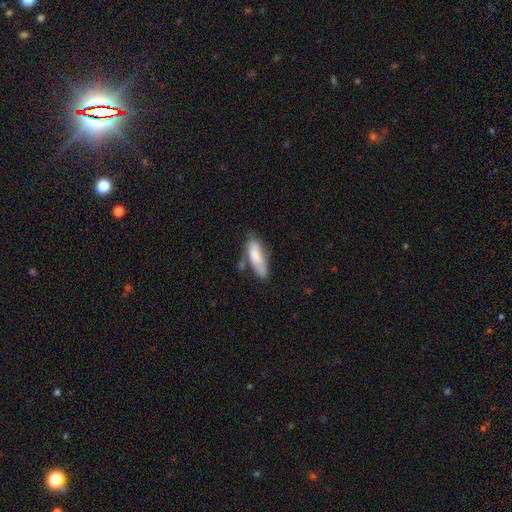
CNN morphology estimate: smooth 80%, featured or disk 14%, star or artifact 6%. Down the decision tree: how rounded — in between (60%); merging — none (53%).